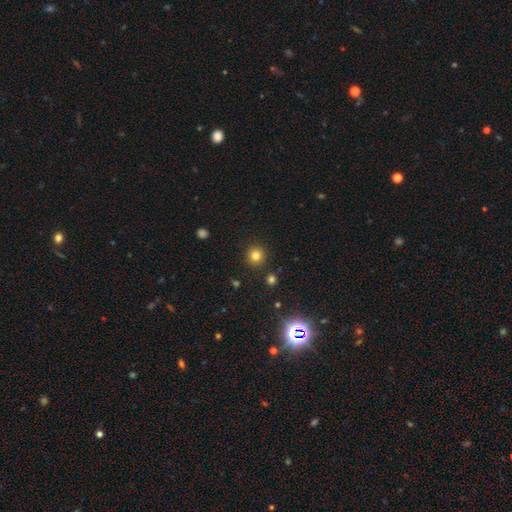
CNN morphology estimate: Q: Smooth or featured?
A: smooth (79%); runner-up: star or artifact (15%)
Q: How rounded?
A: round (94%); runner-up: in between (5%)
Q: Merging?
A: none (90%); runner-up: minor disturbance (5%)